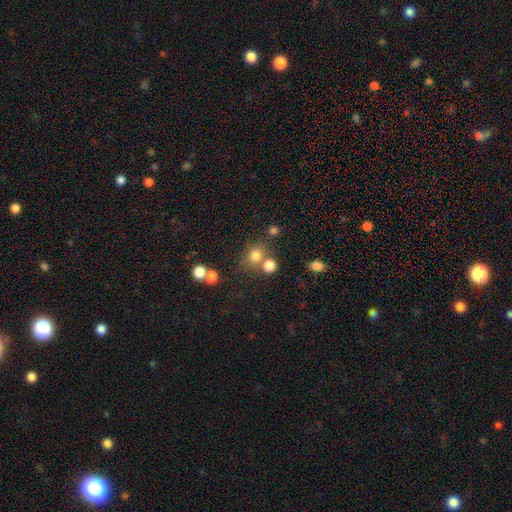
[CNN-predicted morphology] smooth-or-featured: smooth: 75% | star or artifact: 16% | featured or disk: 8%
  how-rounded: round: 80% | in between: 19% | cigar-shaped: 1%
  merging: none: 65% | merger: 19% | minor disturbance: 11% | major disturbance: 5%